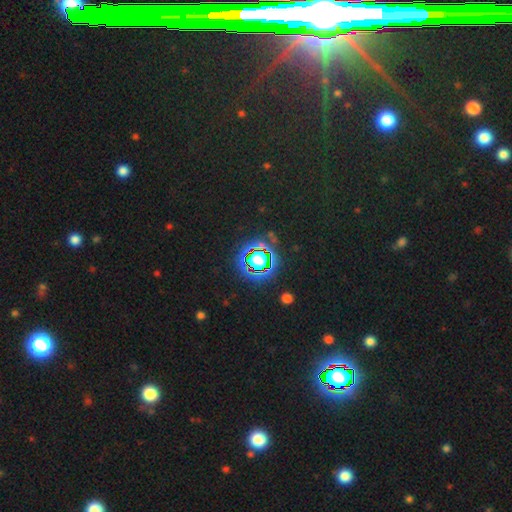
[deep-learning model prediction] smooth_or_featured: star or artifact (p=0.81) [alt: smooth p=0.11]